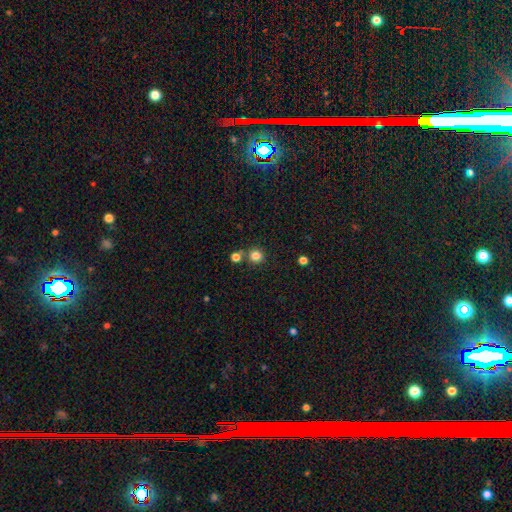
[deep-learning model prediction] Q: Smooth or featured?
A: smooth (82%); runner-up: star or artifact (13%)
Q: How rounded?
A: round (92%); runner-up: in between (7%)
Q: Merging?
A: none (77%); runner-up: merger (13%)